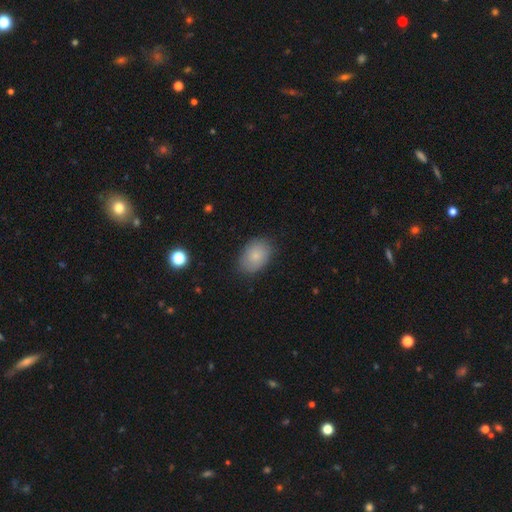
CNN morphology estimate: This is likely a smooth galaxy (79%). How rounded: clearly in between (81%). Merging: clearly none (81%).